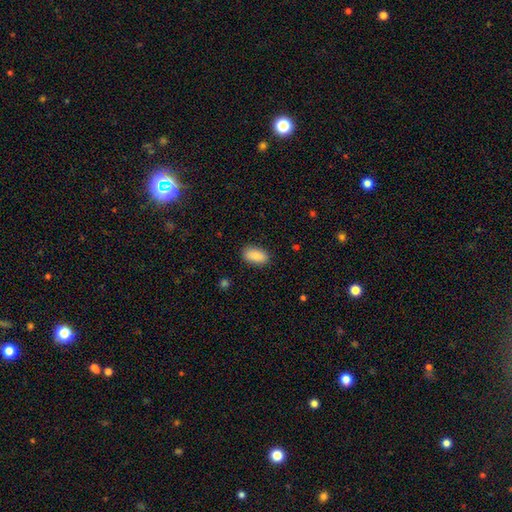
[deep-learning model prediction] Smooth or featured? Predicted: smooth (p=0.87). How rounded? Predicted: in between (p=0.93). Merging? Predicted: none (p=0.87).